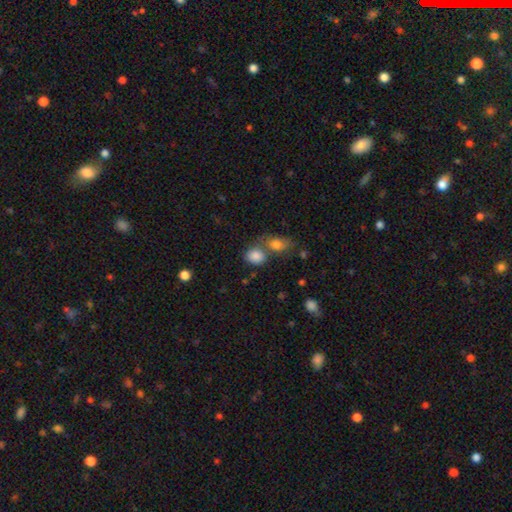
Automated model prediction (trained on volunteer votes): Smooth or featured? smooth (85%)
How rounded? in between (52%)
Merging? none (44%)